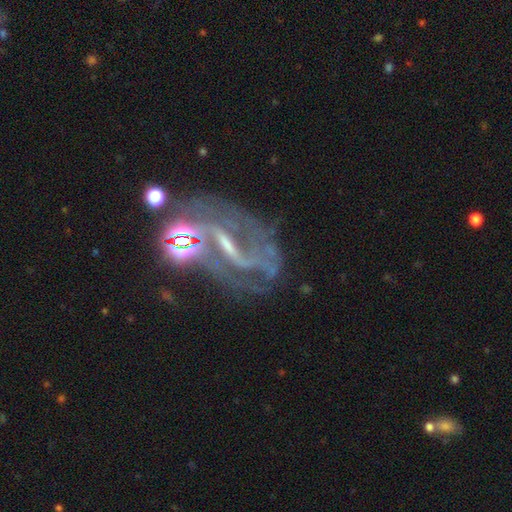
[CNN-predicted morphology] Overall: featured or disk (77%). Edge-on disk: no (95%). Bar: strong (44%; weak 37%). Spiral arms: yes (81%). Spiral arm count: 2 (65%). Spiral winding: medium (42%; loose 37%). Bulge size: small (54%; none 26%). Merging: none (45%; major disturbance 25%).